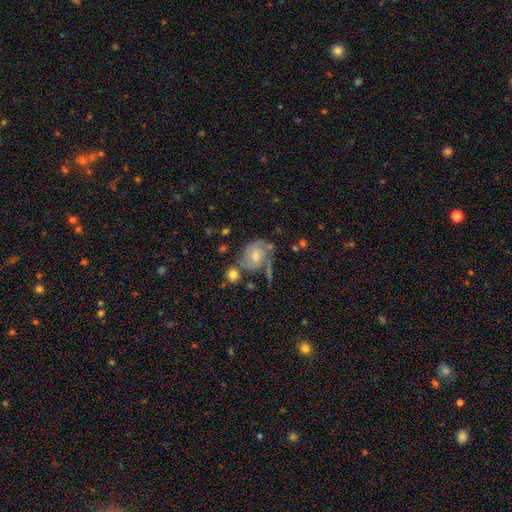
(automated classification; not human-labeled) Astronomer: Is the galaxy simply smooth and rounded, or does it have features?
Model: featured or disk — 63%.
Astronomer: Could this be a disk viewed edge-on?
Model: no — 97%.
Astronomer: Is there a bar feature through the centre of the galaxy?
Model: no — 58% (runner-up: weak, 35%).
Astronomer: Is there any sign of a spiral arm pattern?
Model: yes — 83%.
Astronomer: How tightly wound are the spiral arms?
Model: tight — 41%, tied with medium at 41%.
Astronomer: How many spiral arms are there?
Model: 2 — 38% (runner-up: can't tell, 31%).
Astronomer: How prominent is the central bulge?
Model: moderate — 48% (runner-up: small, 39%).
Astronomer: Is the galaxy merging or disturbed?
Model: none — 41% (runner-up: minor disturbance, 23%).